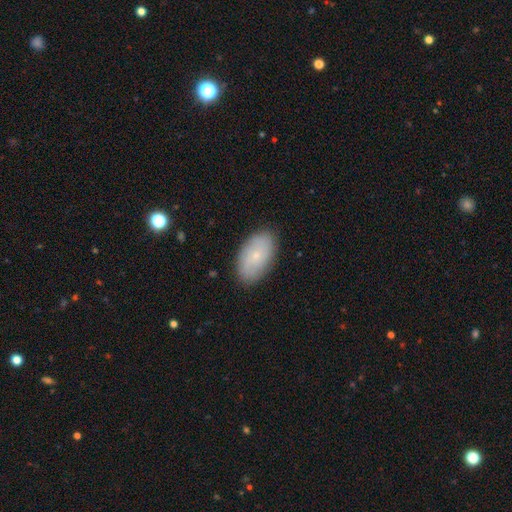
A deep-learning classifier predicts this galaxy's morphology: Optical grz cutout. It shows a smooth galaxy with no disk features (63%) that is in between round and cigar-shaped (94%). Merging: none (86%).